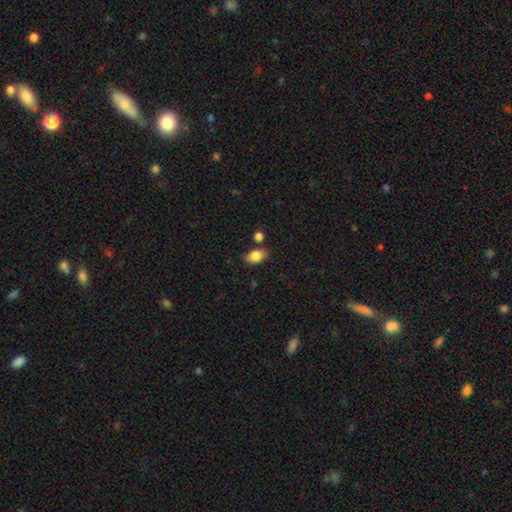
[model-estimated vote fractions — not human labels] A smooth galaxy with no disk features (83%) that is in between round and cigar-shaped (87%).

Vote fractions:
- Smooth or featured? smooth: 83% / featured or disk: 9% / star or artifact: 8%
- How rounded? in between: 87% / round: 10% / cigar-shaped: 2%
- Merging? none: 76% / minor disturbance: 14% / merger: 7% / major disturbance: 3%